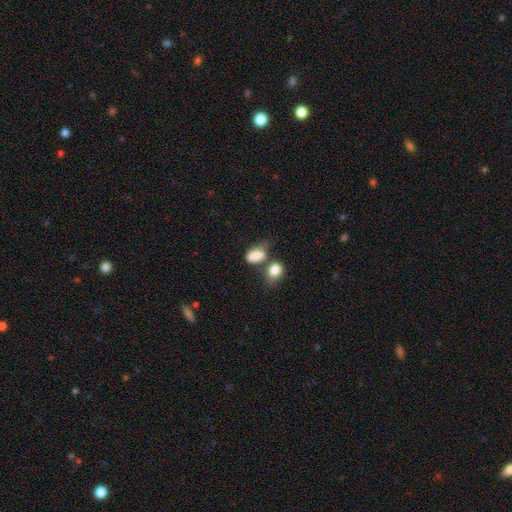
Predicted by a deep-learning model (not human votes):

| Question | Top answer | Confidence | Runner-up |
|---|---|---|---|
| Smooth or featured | smooth | 81% | featured or disk (11%) |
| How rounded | in between | 86% | round (11%) |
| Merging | merger | 41% | none (28%) |